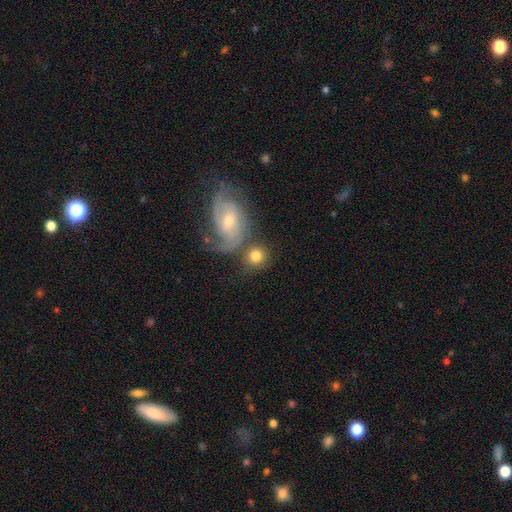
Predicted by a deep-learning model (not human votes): A smooth galaxy with no disk features (69%) that is round (82%). Merging: none (59%).